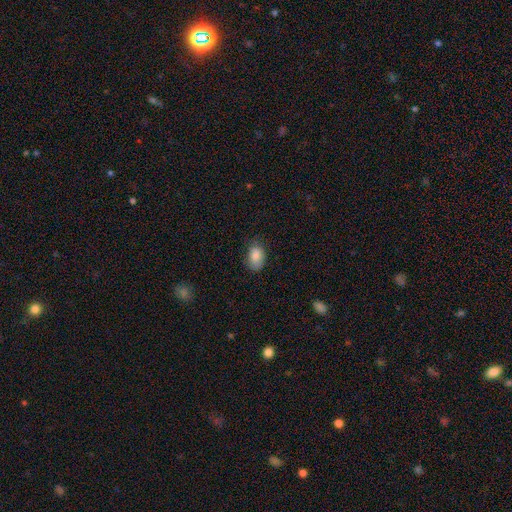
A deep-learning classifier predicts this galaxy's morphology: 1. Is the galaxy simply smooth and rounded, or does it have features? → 86% smooth, 8% star or artifact, 6% featured or disk.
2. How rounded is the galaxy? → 89% in between, 9% round, 2% cigar-shaped.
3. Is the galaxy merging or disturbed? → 69% none, 24% minor disturbance, 6% major disturbance, 1% merger.